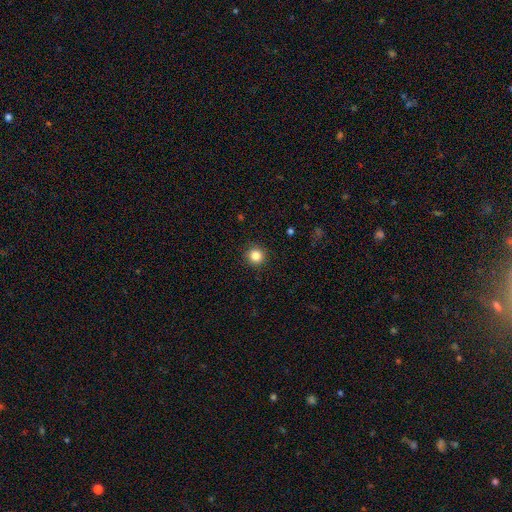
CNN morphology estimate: Smooth or featured? Predicted: smooth (p=0.84). How rounded? Predicted: round (p=0.94). Merging? Predicted: none (p=0.91).